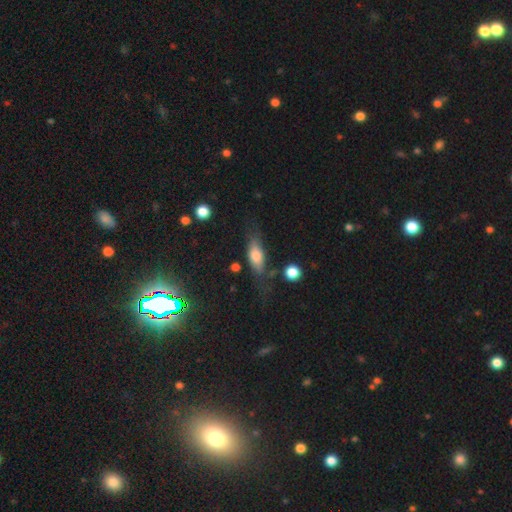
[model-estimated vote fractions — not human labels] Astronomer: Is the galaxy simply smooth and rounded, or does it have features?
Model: smooth — 67%.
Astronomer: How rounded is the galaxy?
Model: in between — 68%.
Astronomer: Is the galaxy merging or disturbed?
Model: none — 58%.